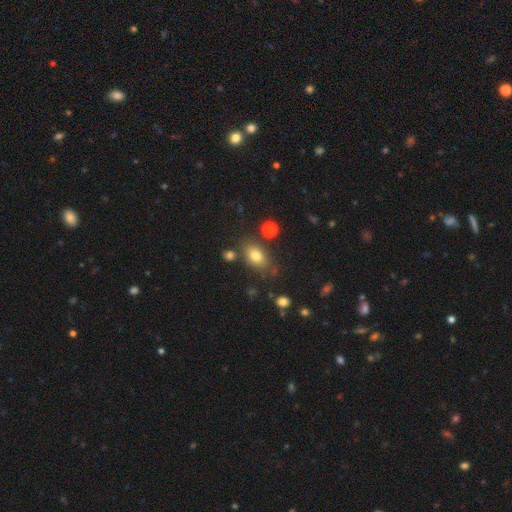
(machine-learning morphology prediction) A smooth galaxy with no disk features (78%) that is in between round and cigar-shaped (80%). Merging: none (73%).